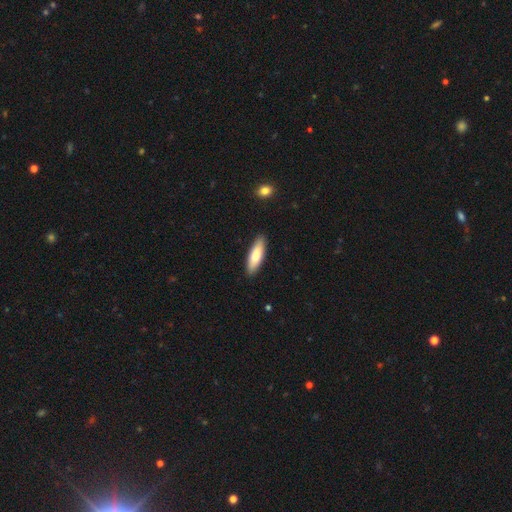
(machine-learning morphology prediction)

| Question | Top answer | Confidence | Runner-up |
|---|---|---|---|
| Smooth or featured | smooth | 78% | featured or disk (16%) |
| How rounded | cigar-shaped | 54% | in between (45%) |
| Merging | none | 89% | minor disturbance (8%) |